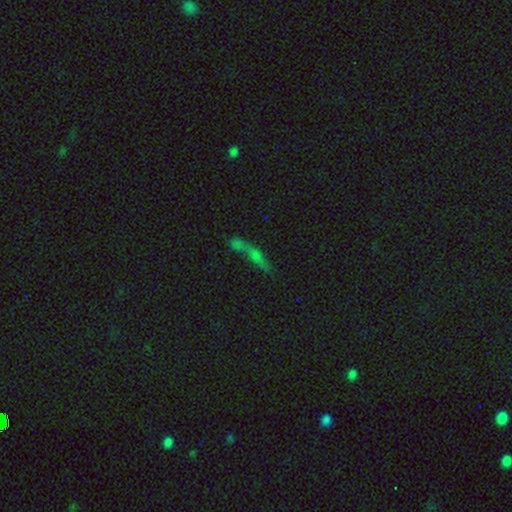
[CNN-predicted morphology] Smooth or featured? Predicted: smooth (p=0.42). Merging? Predicted: none (p=0.38, tied with merger).